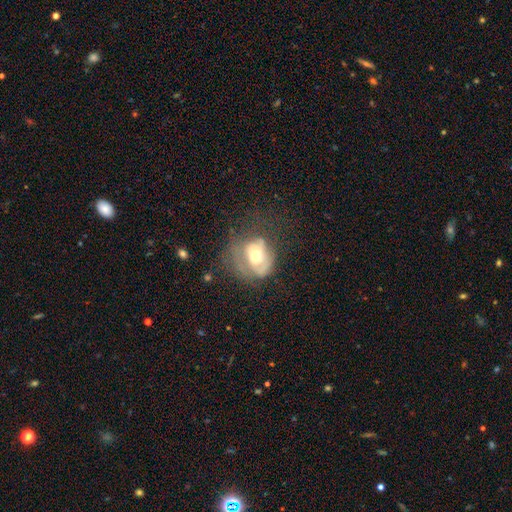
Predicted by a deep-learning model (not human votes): Morphology: type=featured or disk (47%); merging=major disturbance (37%).